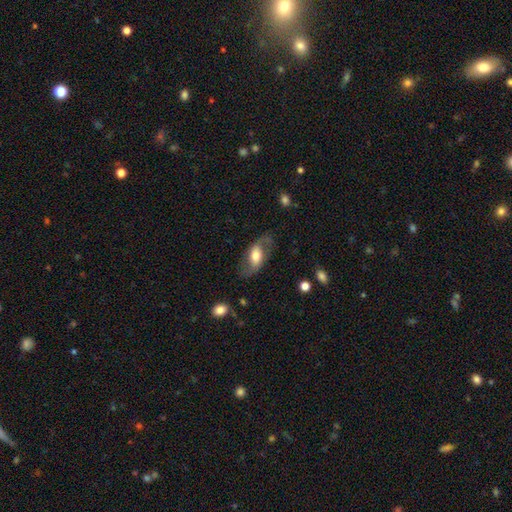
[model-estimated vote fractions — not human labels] This appears to be a featured or disk galaxy (57%) with a weak bar (37%, tied with no), spiral arms (80%) and a moderate central bulge (57%). Merging: none (70%).